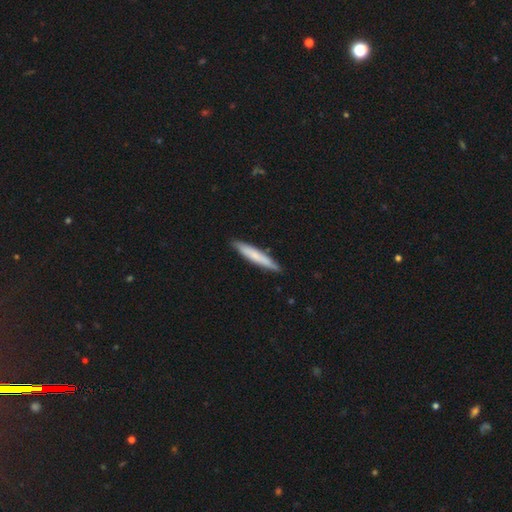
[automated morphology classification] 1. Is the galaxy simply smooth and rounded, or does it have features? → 70% smooth, 25% featured or disk, 5% star or artifact.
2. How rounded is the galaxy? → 93% cigar-shaped, 6% in between, 1% round.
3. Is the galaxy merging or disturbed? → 88% none, 9% minor disturbance, 2% major disturbance, 1% merger.